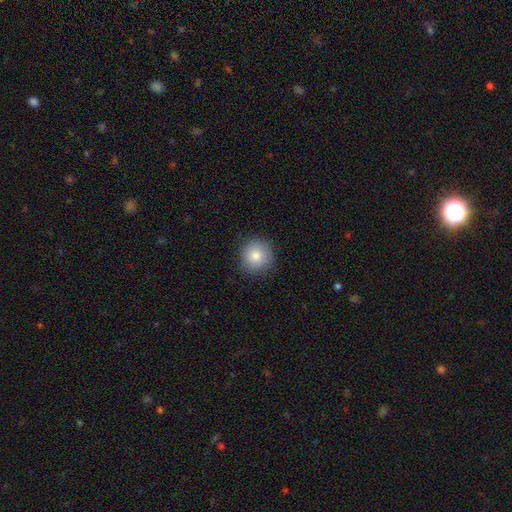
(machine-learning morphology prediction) type=smooth (84%); roundness=round (93%); merging=none (88%).